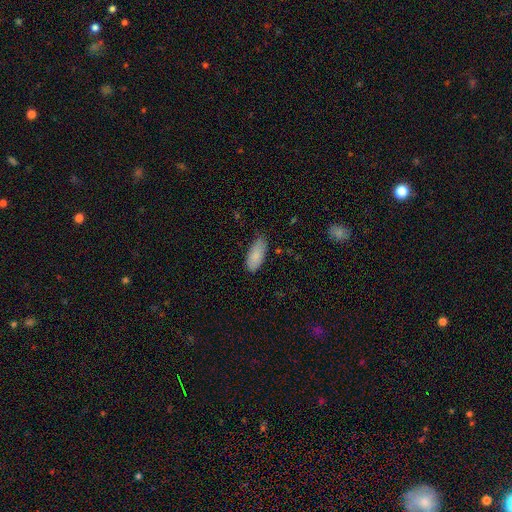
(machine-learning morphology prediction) Smooth or featured? smooth (87%)
How rounded? in between (87%)
Merging? none (71%)